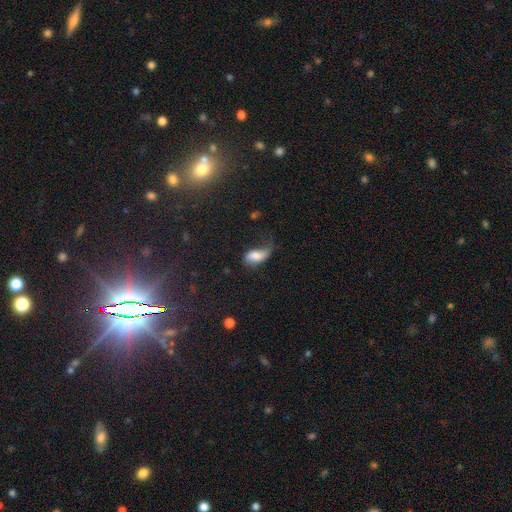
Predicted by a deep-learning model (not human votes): A smooth galaxy with no disk features (62%) that is in between round and cigar-shaped (87%). Merging: major disturbance (36%).